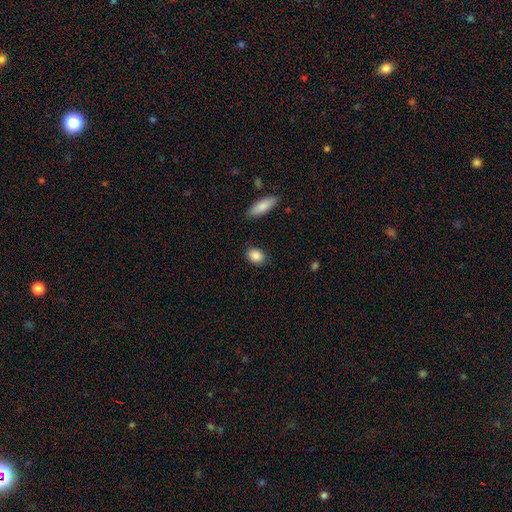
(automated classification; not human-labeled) smooth-or-featured: smooth: 88% | star or artifact: 7% | featured or disk: 4%
  how-rounded: in between: 58% | round: 40% | cigar-shaped: 2%
  merging: none: 85% | minor disturbance: 11% | major disturbance: 3% | merger: 2%